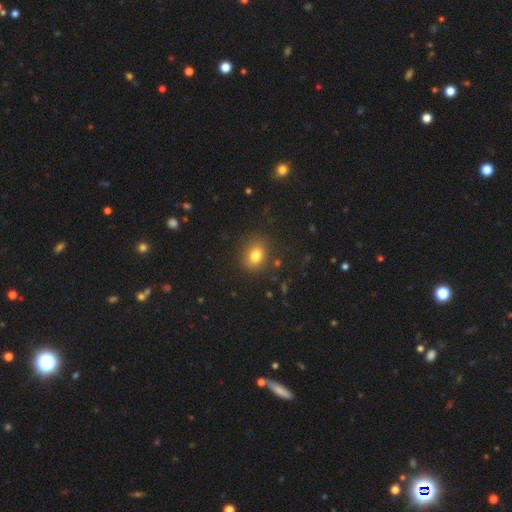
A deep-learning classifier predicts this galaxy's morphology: Smooth or featured? smooth (80%)
How rounded? round (57%)
Merging? none (84%)